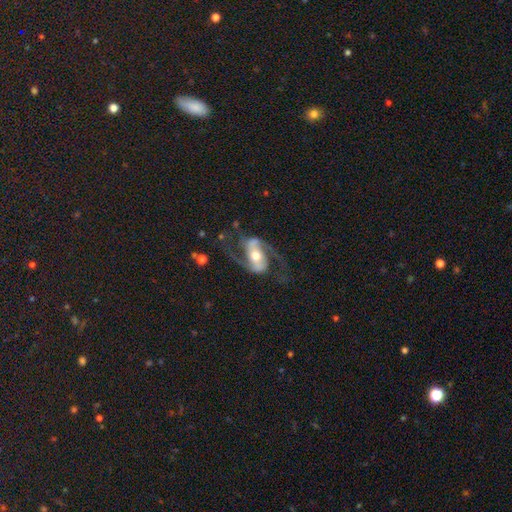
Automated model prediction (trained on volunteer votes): Smooth or featured?
  - featured or disk: 90% *
  - smooth: 5%
  - star or artifact: 4%
Edge-on disk?
  - no: 97% *
  - yes: 3%
Bar?
  - strong: 44% *
  - weak: 33%
  - no: 22%
Spiral arms?
  - yes: 97% *
  - no: 3%
Spiral winding?
  - medium: 48% *
  - loose: 43%
  - tight: 9%
Spiral arm count?
  - 2: 94% *
  - can't tell: 2%
  - 1: 1%
  - 3: 1%
  - 4: 1%
  - more than 4: 1%
Bulge size?
  - moderate: 68% *
  - small: 18%
  - large: 11%
  - dominant: 1%
  - none: 1%
Merging?
  - none: 70% *
  - major disturbance: 14%
  - minor disturbance: 14%
  - merger: 2%